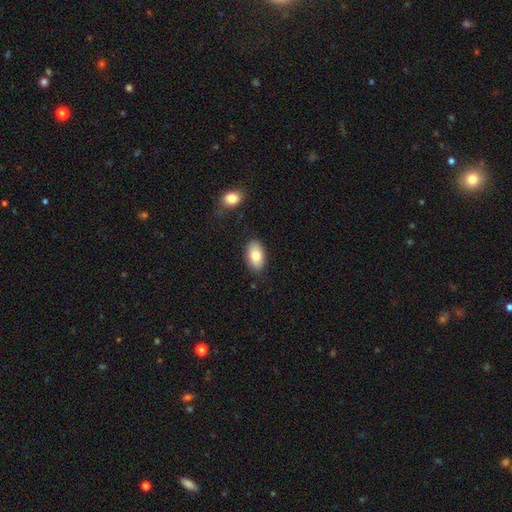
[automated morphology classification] smooth_or_featured: smooth (p=0.80) [alt: featured or disk p=0.13]
how_rounded: in between (p=0.93) [alt: round p=0.05]
merging: none (p=0.85) [alt: minor disturbance p=0.11]